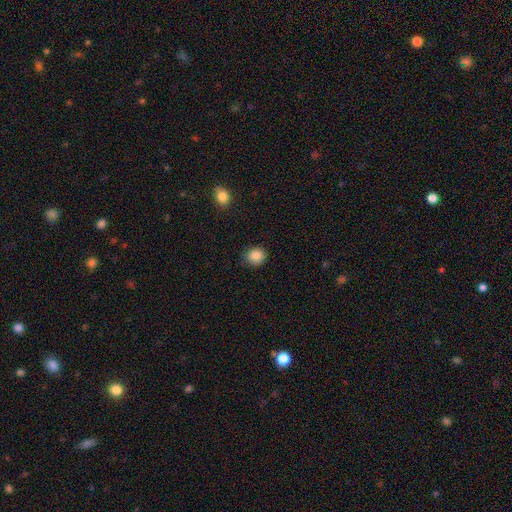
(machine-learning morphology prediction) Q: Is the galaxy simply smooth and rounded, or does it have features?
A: smooth — 87%.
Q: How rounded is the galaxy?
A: round — 82%.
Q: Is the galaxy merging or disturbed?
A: none — 86%.